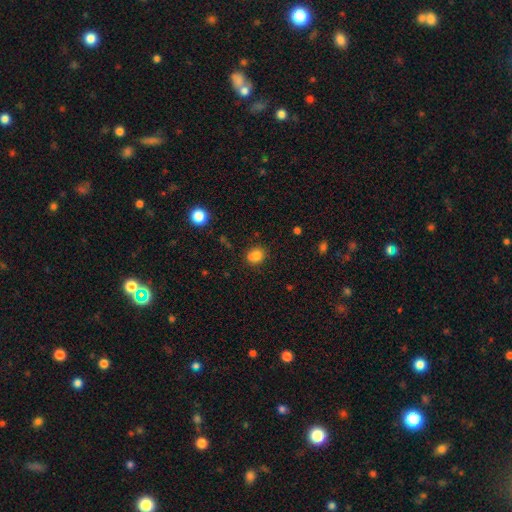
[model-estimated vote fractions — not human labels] Smooth or featured? Predicted: smooth (p=0.81). How rounded? Predicted: round (p=0.59). Merging? Predicted: none (p=0.66).